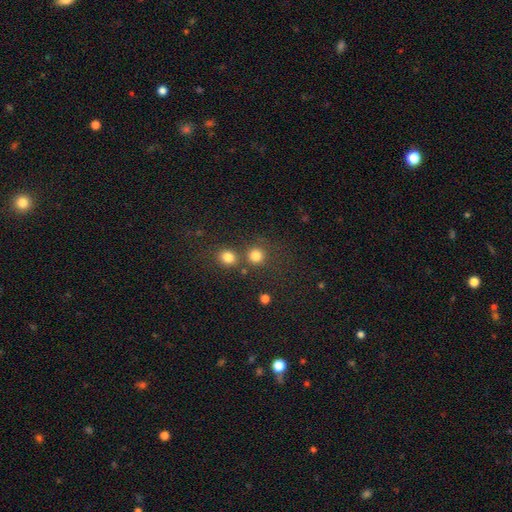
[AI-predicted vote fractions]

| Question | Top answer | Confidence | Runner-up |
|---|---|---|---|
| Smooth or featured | smooth | 80% | star or artifact (14%) |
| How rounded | round | 90% | in between (9%) |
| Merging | none | 65% | merger (23%) |